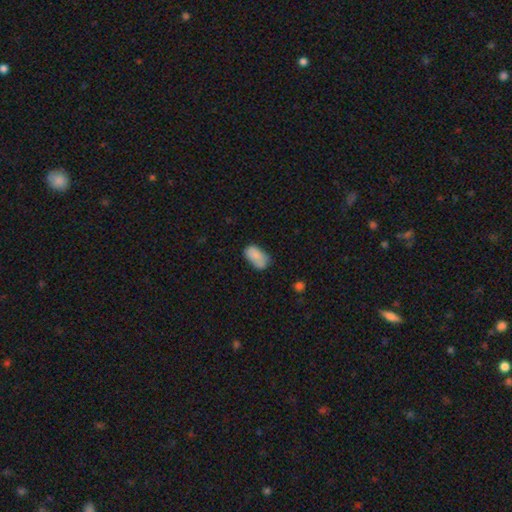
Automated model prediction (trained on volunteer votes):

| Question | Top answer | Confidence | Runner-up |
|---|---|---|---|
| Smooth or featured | smooth | 80% | featured or disk (12%) |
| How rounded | in between | 92% | round (6%) |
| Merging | none | 46% | minor disturbance (33%) |